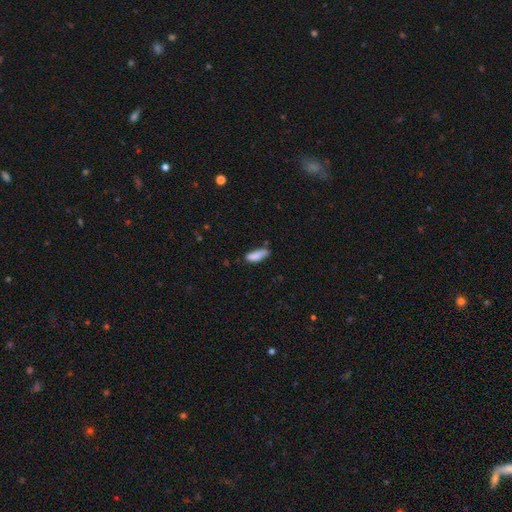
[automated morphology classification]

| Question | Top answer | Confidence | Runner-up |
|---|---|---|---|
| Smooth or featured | smooth | 84% | featured or disk (8%) |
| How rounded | in between | 59% | cigar-shaped (39%) |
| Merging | none | 56% | minor disturbance (31%) |